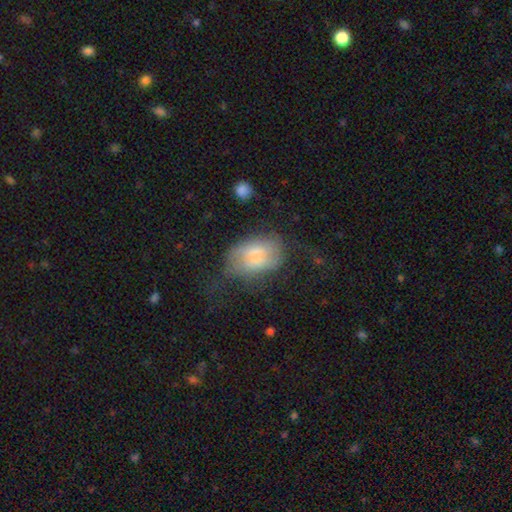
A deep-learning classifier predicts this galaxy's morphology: A smooth galaxy with no disk features (60%) that is in between round and cigar-shaped (81%).

Vote fractions:
- Smooth or featured? smooth: 60% / featured or disk: 31% / star or artifact: 9%
- How rounded? in between: 81% / round: 17% / cigar-shaped: 2%
- Merging? none: 35% / minor disturbance: 30% / major disturbance: 28% / merger: 7%